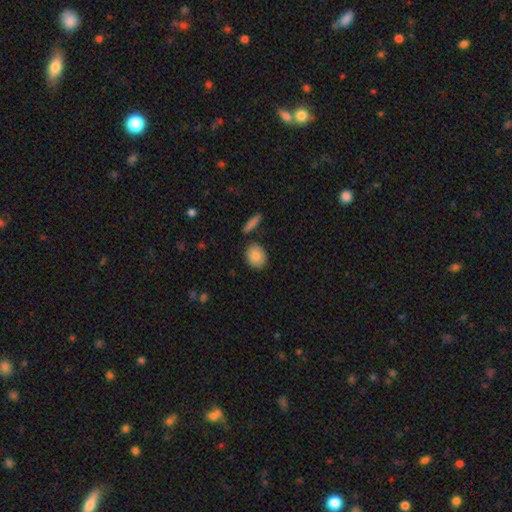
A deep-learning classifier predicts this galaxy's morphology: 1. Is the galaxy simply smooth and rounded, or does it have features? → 86% smooth, 8% featured or disk, 7% star or artifact.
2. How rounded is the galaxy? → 50% in between, 48% round, 2% cigar-shaped.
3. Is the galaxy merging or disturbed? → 80% none, 11% minor disturbance, 7% merger, 3% major disturbance.